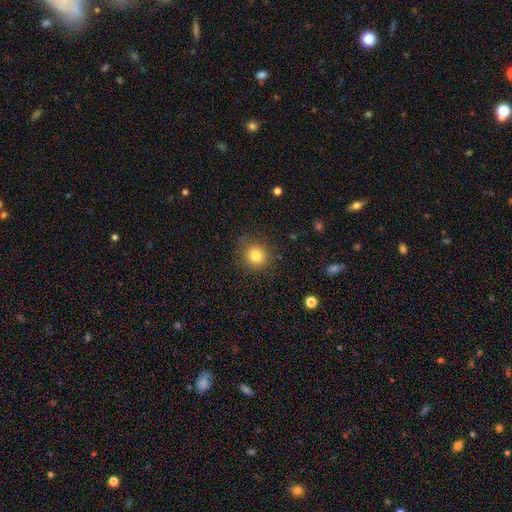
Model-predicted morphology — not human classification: smooth 80%, star or artifact 12%, featured or disk 8%. Down the decision tree: how rounded — round (89%); merging — none (83%).